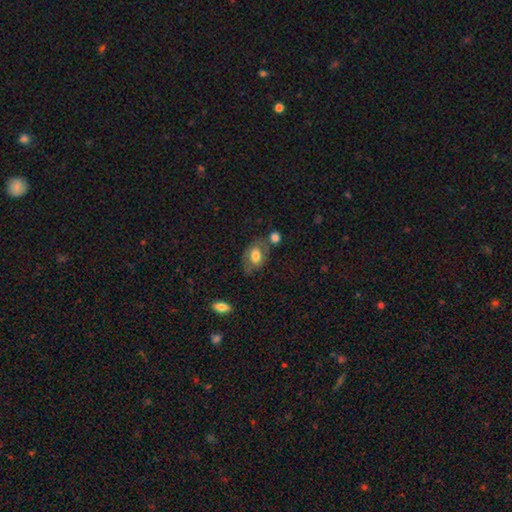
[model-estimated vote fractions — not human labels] Q: Smooth or featured?
A: smooth (65%); runner-up: featured or disk (28%)
Q: How rounded?
A: in between (76%); runner-up: round (23%)
Q: Merging?
A: none (57%); runner-up: minor disturbance (21%)